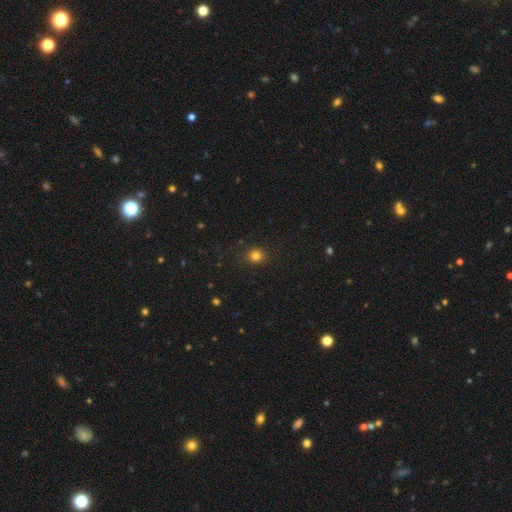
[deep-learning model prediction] smooth_or_featured: smooth (p=0.82) [alt: star or artifact p=0.13]
how_rounded: round (p=0.87) [alt: in between p=0.12]
merging: none (p=0.88) [alt: minor disturbance p=0.08]